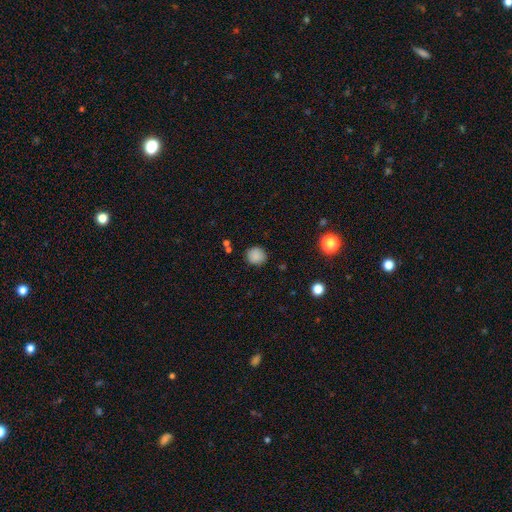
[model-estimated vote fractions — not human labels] Smooth or featured?
  - smooth: 86% *
  - star or artifact: 10%
  - featured or disk: 4%
How rounded?
  - round: 86% *
  - in between: 13%
  - cigar-shaped: 1%
Merging?
  - none: 85% *
  - minor disturbance: 10%
  - major disturbance: 3%
  - merger: 2%